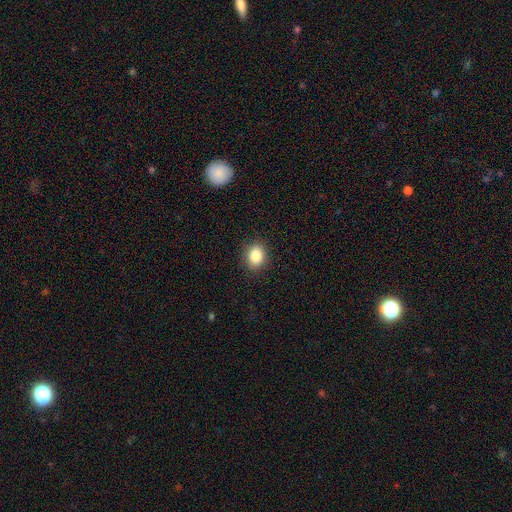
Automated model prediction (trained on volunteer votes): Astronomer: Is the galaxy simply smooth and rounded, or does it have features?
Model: smooth — 86%.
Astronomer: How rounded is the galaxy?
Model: in between — 52% (runner-up: round, 46%).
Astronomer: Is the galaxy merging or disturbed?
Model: none — 89%.